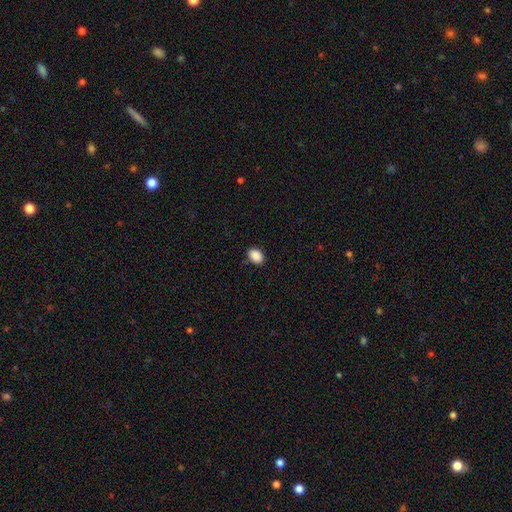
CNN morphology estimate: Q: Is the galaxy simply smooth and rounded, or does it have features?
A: smooth — 89%.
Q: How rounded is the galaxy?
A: in between — 80%.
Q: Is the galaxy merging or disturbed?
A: none — 86%.